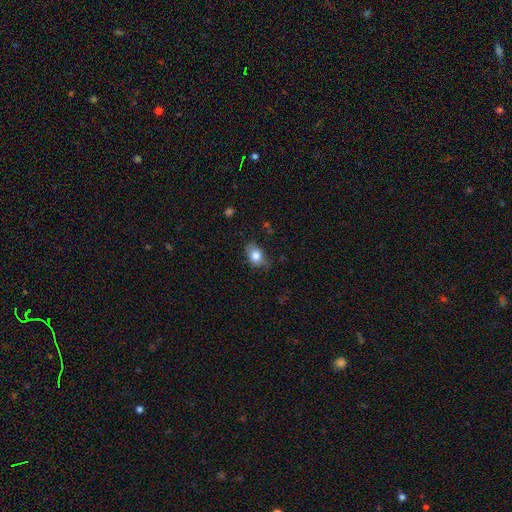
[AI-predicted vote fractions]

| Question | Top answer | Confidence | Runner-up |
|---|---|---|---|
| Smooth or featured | smooth | 81% | featured or disk (11%) |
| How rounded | in between | 71% | round (28%) |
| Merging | none | 66% | minor disturbance (27%) |